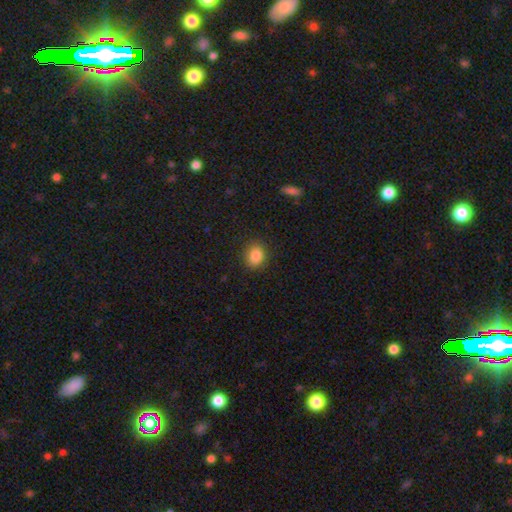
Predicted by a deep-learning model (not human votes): The model was most divided on "how rounded": round: 55%, in between: 44%, cigar-shaped: 1%. More confident: merging — none (86%); smooth or featured — smooth (86%).